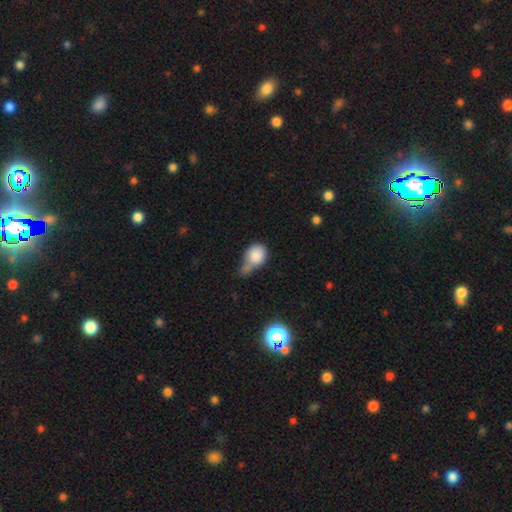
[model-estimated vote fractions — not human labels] This is clearly a smooth galaxy (82%). How rounded: possibly round (59%). Merging: marginally merger (33%).